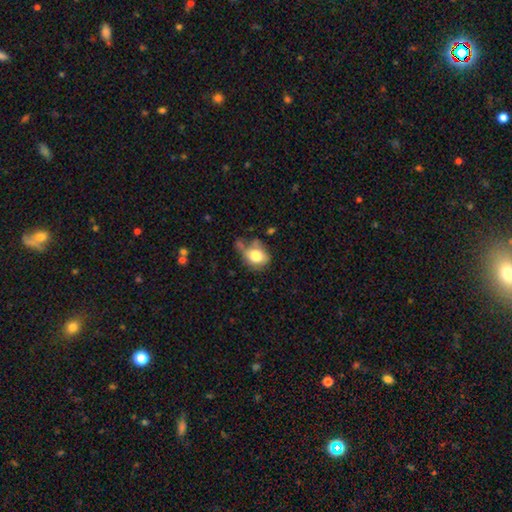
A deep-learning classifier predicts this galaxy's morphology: type=smooth (75%); roundness=round (53%); merging=none (40%).